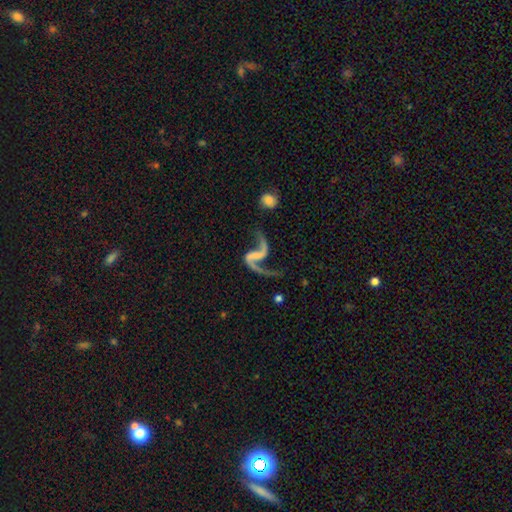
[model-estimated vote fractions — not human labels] Overall: featured or disk (89%). Edge-on disk: no (97%). Bar: weak (36%; no 32%). Spiral arms: yes (96%). Spiral arm count: 2 (90%). Spiral winding: loose (87%). Bulge size: none (65%). Merging: none (58%; major disturbance 20%).